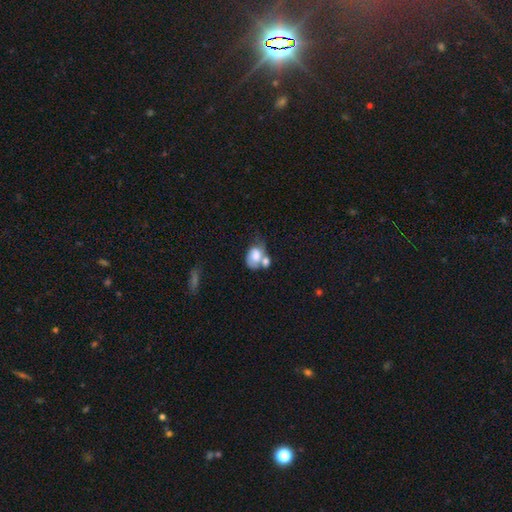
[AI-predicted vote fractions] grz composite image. It shows a smooth galaxy with no disk features (62%) that is in between round and cigar-shaped (70%). Merging: merger (51%).